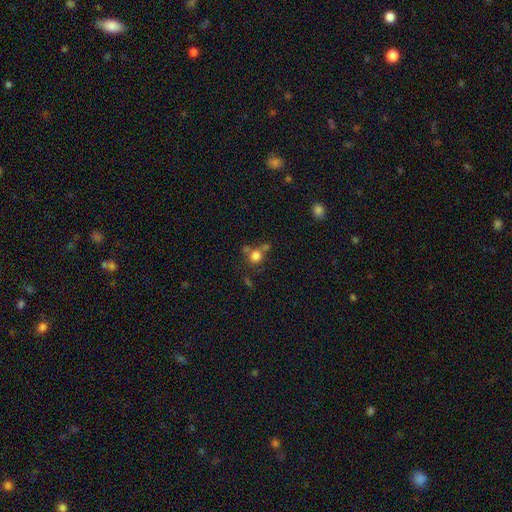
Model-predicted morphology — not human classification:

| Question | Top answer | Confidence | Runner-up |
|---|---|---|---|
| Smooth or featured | smooth | 76% | star or artifact (14%) |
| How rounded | round | 81% | in between (18%) |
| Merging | none | 50% | merger (30%) |